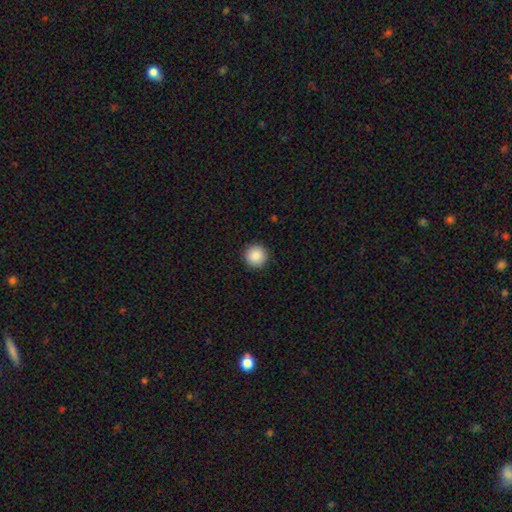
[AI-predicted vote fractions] This appears to be a smooth galaxy with no disk features (88%) that is round (96%). Merging: none (92%).